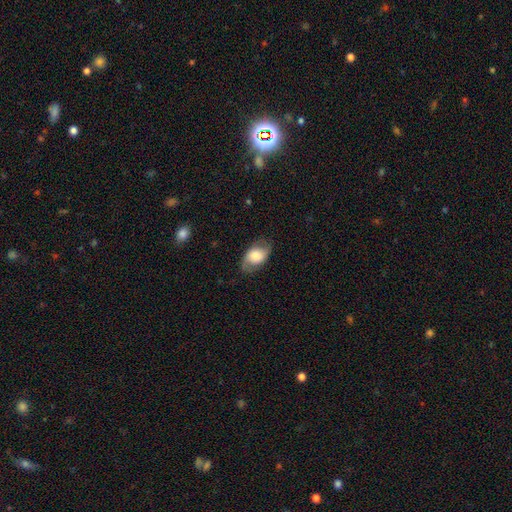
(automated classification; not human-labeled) Overall: smooth (57%; featured or disk 36%). How rounded: in between (87%). Merging: none (74%).